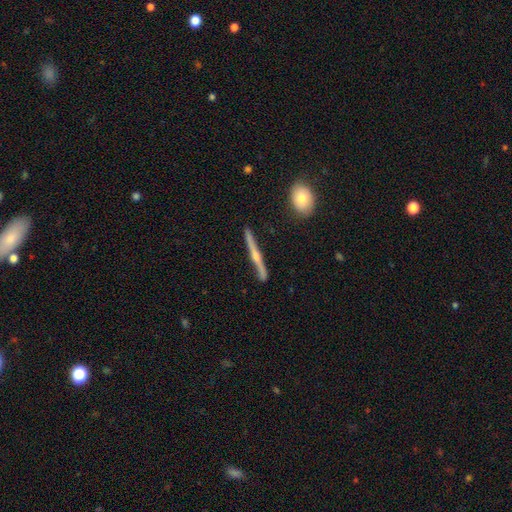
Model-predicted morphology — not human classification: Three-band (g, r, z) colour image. It shows a featured or disk galaxy (80%) viewed edge-on (97%) with a rounded central bulge (89%). Merging: none (88%).